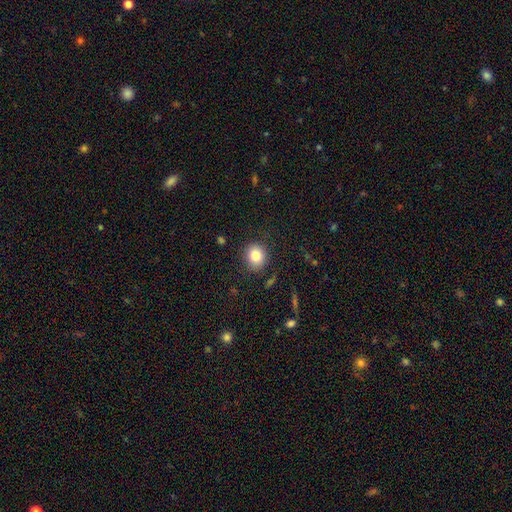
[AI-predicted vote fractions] smooth_or_featured: smooth (p=0.82) [alt: star or artifact p=0.10]
how_rounded: round (p=0.76) [alt: in between p=0.24]
merging: none (p=0.86) [alt: minor disturbance p=0.09]